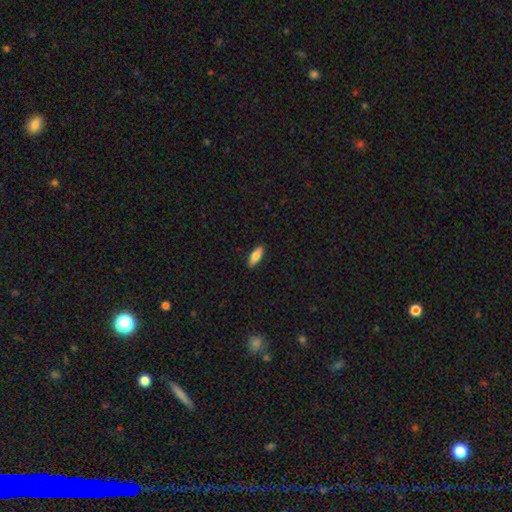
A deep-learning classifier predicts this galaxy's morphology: A smooth galaxy with no disk features (78%) that is in between round and cigar-shaped (62%). Merging: none (89%).